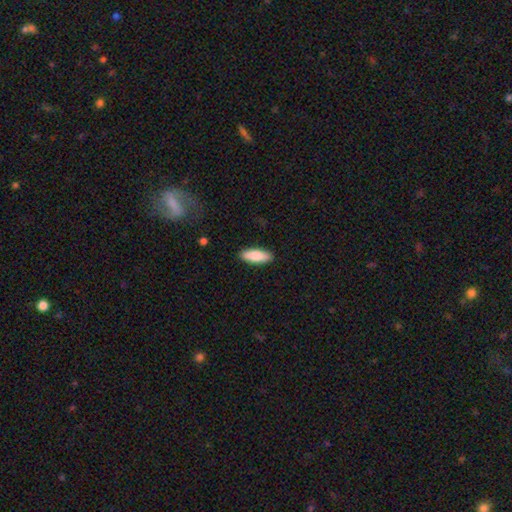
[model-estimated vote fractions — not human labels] Smooth or featured: smooth — 83% (featured or disk — 11%)
How rounded: in between — 65% (cigar-shaped — 34%)
Merging: none — 89% (minor disturbance — 8%)